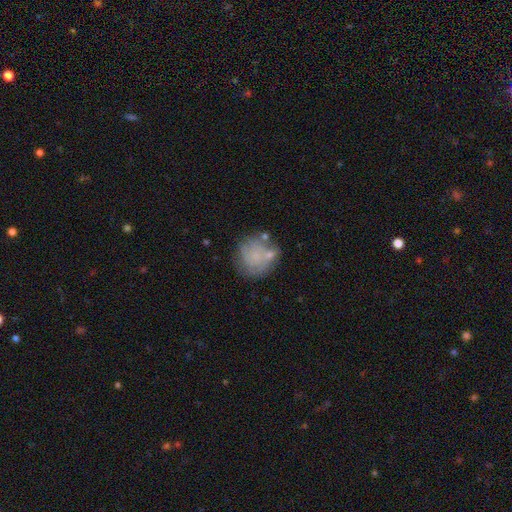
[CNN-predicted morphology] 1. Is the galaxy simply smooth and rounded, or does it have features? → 51% smooth, 40% featured or disk, 10% star or artifact.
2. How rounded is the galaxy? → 83% round, 15% in between, 1% cigar-shaped.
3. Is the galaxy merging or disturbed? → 58% none, 21% minor disturbance, 11% major disturbance, 10% merger.